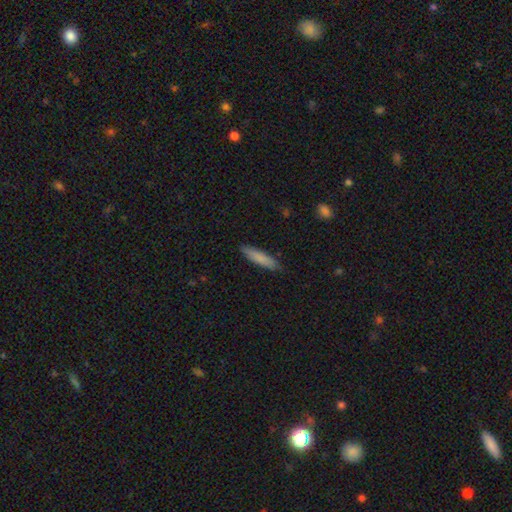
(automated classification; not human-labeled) A smooth galaxy with no disk features (80%) that is cigar-shaped (87%).

Vote fractions:
- Smooth or featured? smooth: 80% / featured or disk: 14% / star or artifact: 6%
- How rounded? cigar-shaped: 87% / in between: 11% / round: 1%
- Merging? none: 88% / minor disturbance: 9% / major disturbance: 2% / merger: 1%